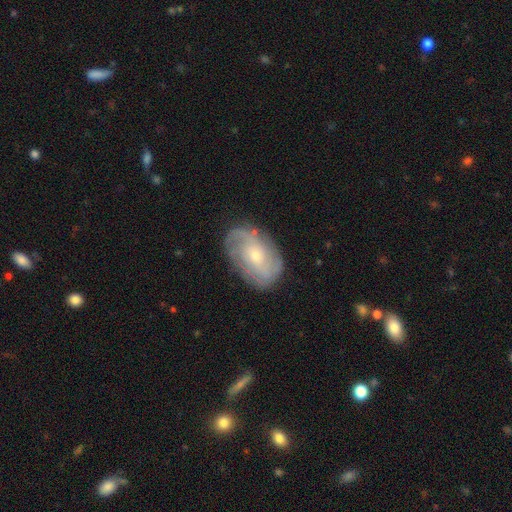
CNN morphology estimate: featured or disk 68%, smooth 25%, star or artifact 7%. Down the decision tree: edge-on disk — no (95%); bar — no (66%); spiral arms — yes (84%); spiral arm count — 2 (40%); spiral winding — tight (39%, tied with medium); bulge size — small (60%); merging — none (74%).